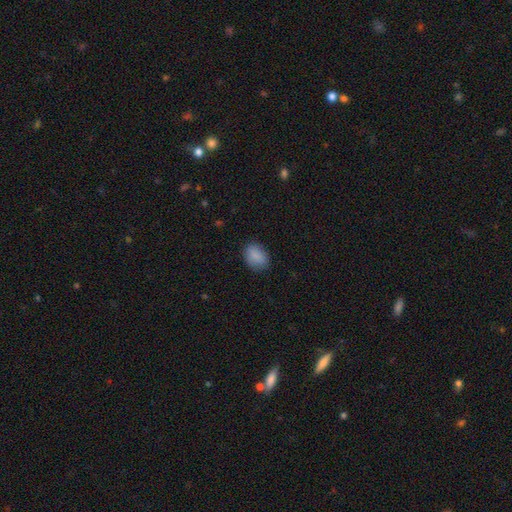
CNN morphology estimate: type=smooth (88%); roundness=in between (72%); merging=none (82%).